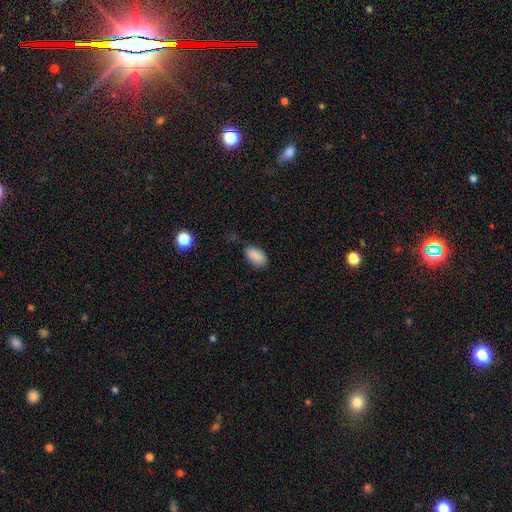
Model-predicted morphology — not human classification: smooth-or-featured: smooth: 87% | star or artifact: 8% | featured or disk: 5%
  how-rounded: in between: 93% | round: 4% | cigar-shaped: 3%
  merging: none: 74% | minor disturbance: 20% | major disturbance: 4% | merger: 2%